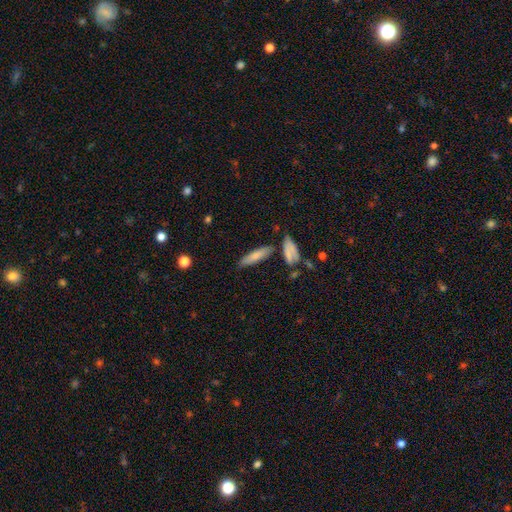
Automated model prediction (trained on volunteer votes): Q: Smooth or featured?
A: smooth (74%); runner-up: featured or disk (20%)
Q: How rounded?
A: cigar-shaped (71%); runner-up: in between (27%)
Q: Merging?
A: none (75%); runner-up: minor disturbance (13%)